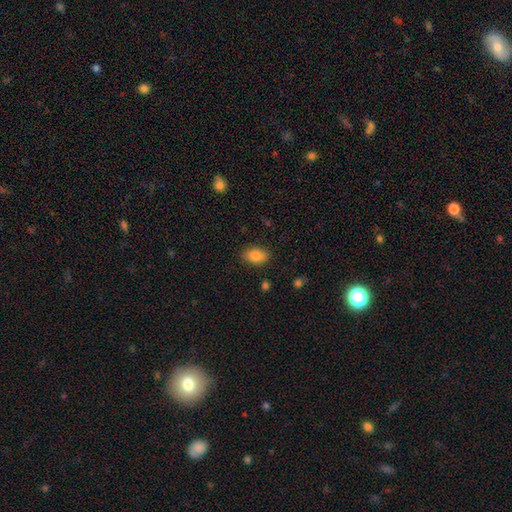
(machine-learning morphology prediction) A smooth galaxy with no disk features (86%) that is in between round and cigar-shaped (88%). Merging: none (86%).